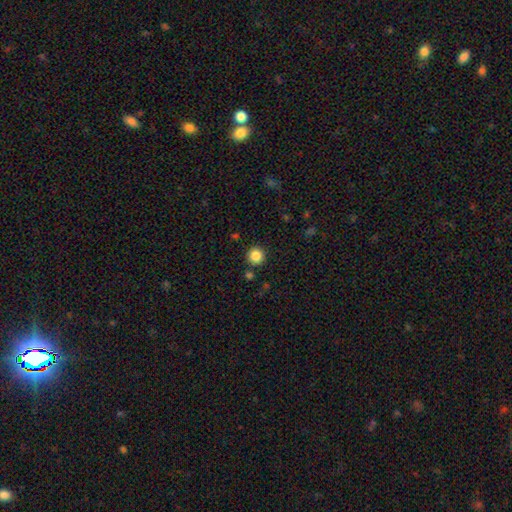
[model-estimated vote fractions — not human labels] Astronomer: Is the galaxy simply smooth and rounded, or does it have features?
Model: smooth — 86%.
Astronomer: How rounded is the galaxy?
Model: round — 95%.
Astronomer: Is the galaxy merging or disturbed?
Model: none — 89%.